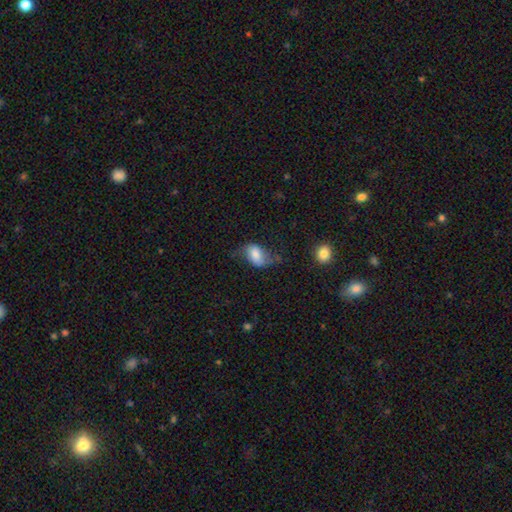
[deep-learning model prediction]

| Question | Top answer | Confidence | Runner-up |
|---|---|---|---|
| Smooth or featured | smooth | 62% | featured or disk (28%) |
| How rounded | in between | 86% | round (12%) |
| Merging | none | 46% | minor disturbance (32%) |